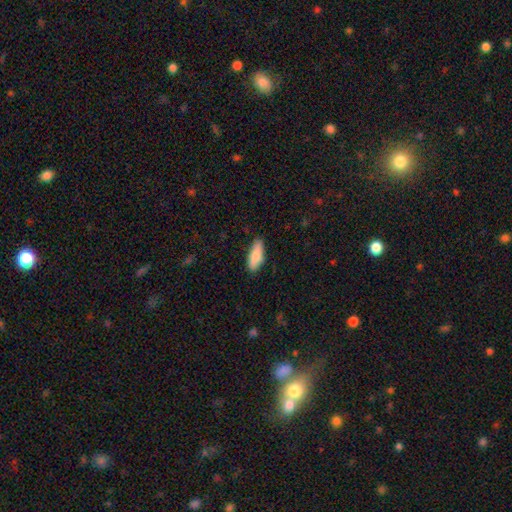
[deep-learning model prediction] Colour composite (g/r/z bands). It shows a smooth galaxy with no disk features (84%) that is in between round and cigar-shaped (66%). Merging: none (83%).